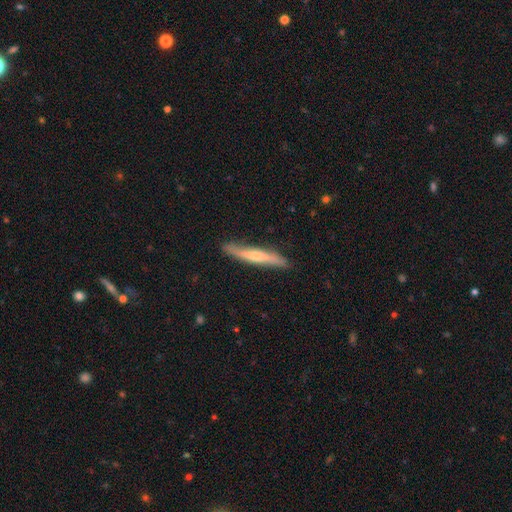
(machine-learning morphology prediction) Smooth or featured? featured or disk (49%)
Merging? none (84%)